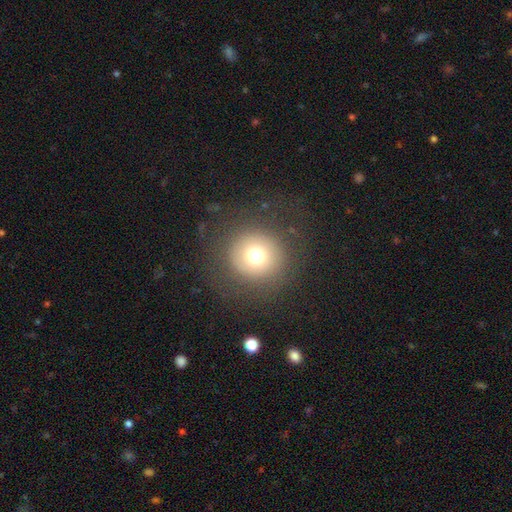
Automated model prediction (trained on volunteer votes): Smooth or featured?
  - smooth: 71% *
  - star or artifact: 15%
  - featured or disk: 14%
How rounded?
  - round: 94% *
  - in between: 5%
  - cigar-shaped: 1%
Merging?
  - none: 82% *
  - minor disturbance: 9%
  - major disturbance: 8%
  - merger: 1%